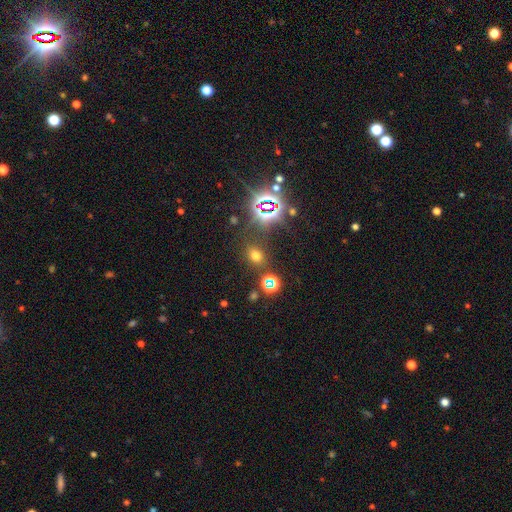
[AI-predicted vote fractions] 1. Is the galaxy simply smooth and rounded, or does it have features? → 55% smooth, 37% star or artifact, 8% featured or disk.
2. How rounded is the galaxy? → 50% round, 49% in between, 2% cigar-shaped.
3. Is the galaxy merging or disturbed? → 79% none, 11% minor disturbance, 5% merger, 5% major disturbance.